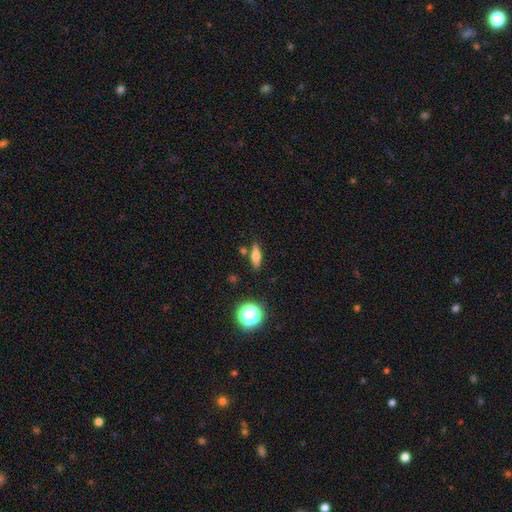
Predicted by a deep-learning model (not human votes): Smooth or featured: smooth — 68% (featured or disk — 21%)
How rounded: in between — 47% (cigar-shaped — 46%)
Merging: none — 80% (minor disturbance — 12%)